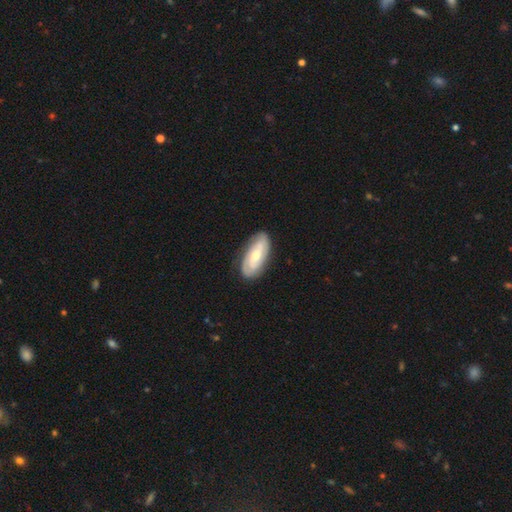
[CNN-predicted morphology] This appears to be a featured or disk galaxy (65%) with no bar (50%), 2 (55%) tight (57%) spiral arms (86%) and a moderate central bulge (50%). Merging: none (83%).